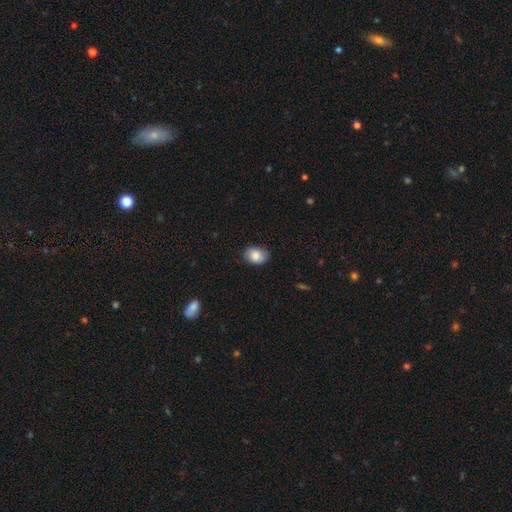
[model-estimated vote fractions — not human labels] smooth 84%, featured or disk 8%, star or artifact 7%. Down the decision tree: how rounded — in between (72%); merging — none (79%).